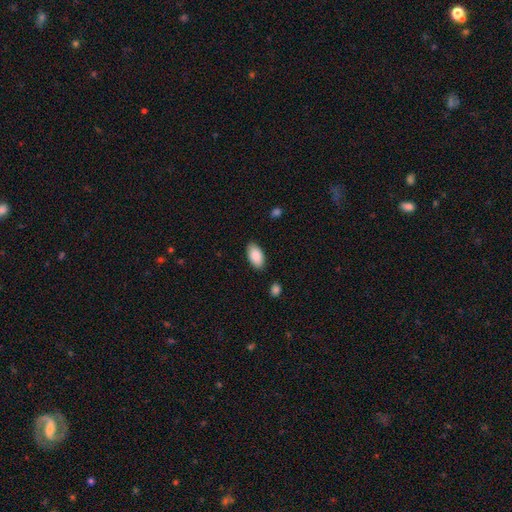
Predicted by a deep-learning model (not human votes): This appears to be a smooth galaxy with no disk features (90%) that is in between round and cigar-shaped (95%). Merging: none (85%).